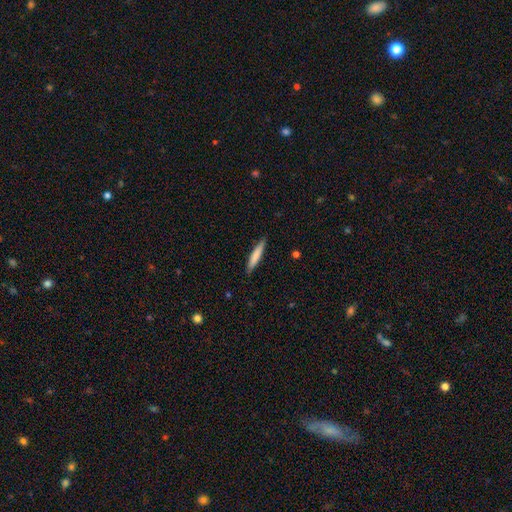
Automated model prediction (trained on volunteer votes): This is likely a smooth galaxy (76%). How rounded: clearly cigar-shaped (92%). Merging: clearly none (88%).